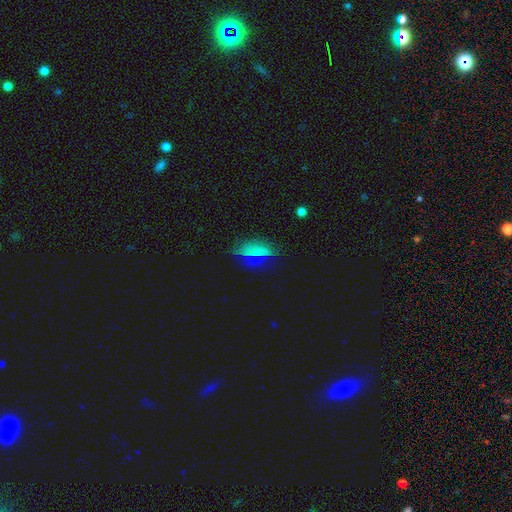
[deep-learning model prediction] Smooth or featured?
  - smooth: 39% * (tied)
  - star or artifact: 39% * (tied)
  - featured or disk: 22%
Merging?
  - none: 71% *
  - minor disturbance: 17%
  - major disturbance: 7%
  - merger: 5%